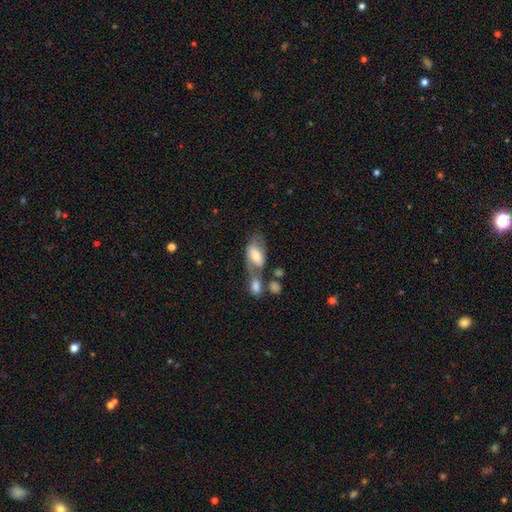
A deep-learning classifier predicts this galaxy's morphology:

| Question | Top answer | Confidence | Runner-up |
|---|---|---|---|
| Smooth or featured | smooth | 50% | featured or disk (42%) |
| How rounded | in between | 89% | round (7%) |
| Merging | merger | 44% | none (30%) |